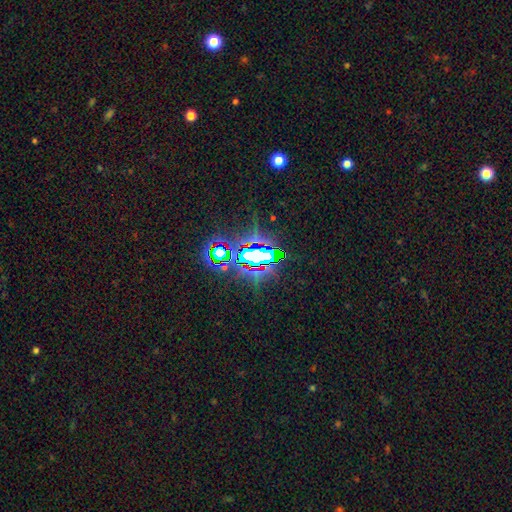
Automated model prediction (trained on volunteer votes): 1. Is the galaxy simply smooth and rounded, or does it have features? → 74% star or artifact, 13% featured or disk, 13% smooth.